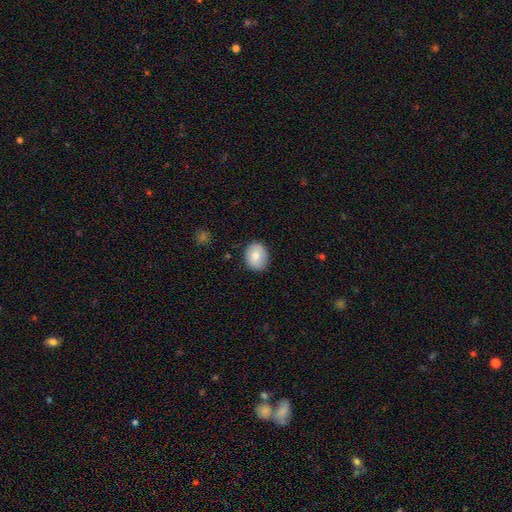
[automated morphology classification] type=smooth (78%); roundness=round (50%); merging=none (84%).